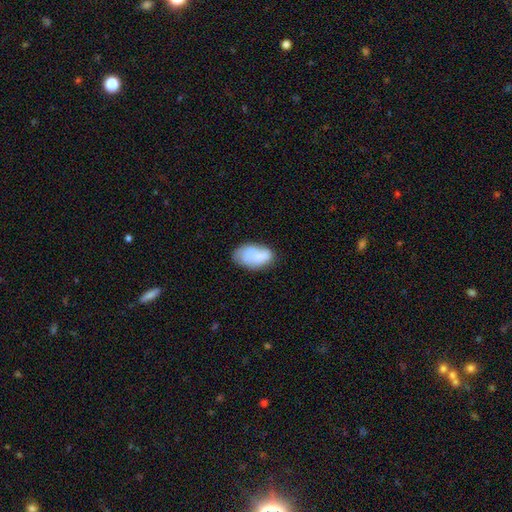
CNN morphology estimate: smooth_or_featured: smooth (p=0.72) [alt: featured or disk p=0.21]
how_rounded: in between (p=0.93) [alt: round p=0.05]
merging: none (p=0.53) [alt: minor disturbance p=0.27]